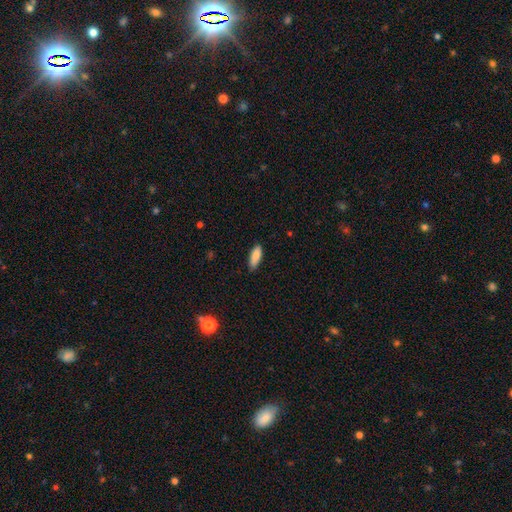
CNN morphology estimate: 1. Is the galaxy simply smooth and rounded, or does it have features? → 85% smooth, 9% featured or disk, 6% star or artifact.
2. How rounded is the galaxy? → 66% in between, 32% cigar-shaped, 2% round.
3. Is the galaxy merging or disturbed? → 83% none, 14% minor disturbance, 2% major disturbance, 1% merger.